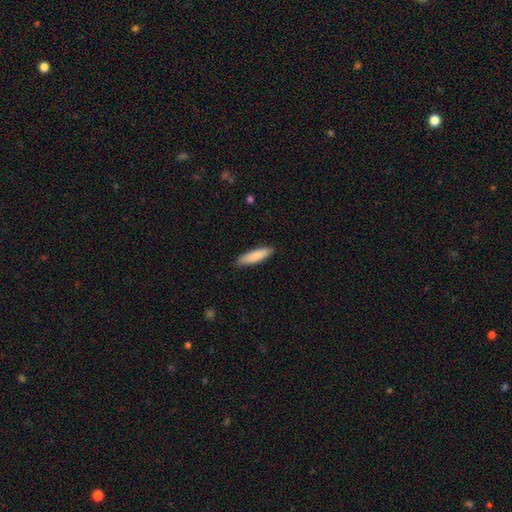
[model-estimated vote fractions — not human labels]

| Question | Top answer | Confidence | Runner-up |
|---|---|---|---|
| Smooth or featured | smooth | 86% | featured or disk (9%) |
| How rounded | cigar-shaped | 71% | in between (28%) |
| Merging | none | 88% | minor disturbance (10%) |